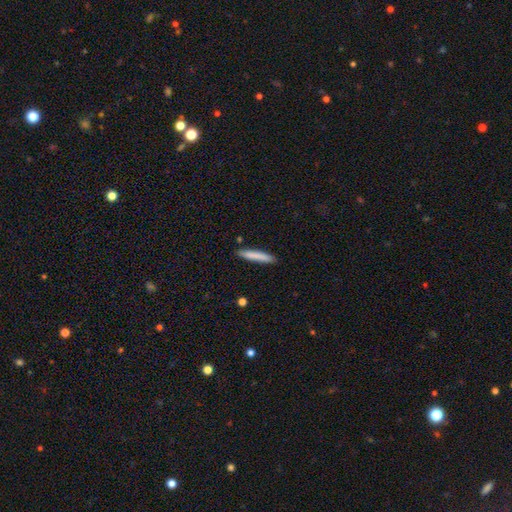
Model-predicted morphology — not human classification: A smooth galaxy with no disk features (80%) that is cigar-shaped (94%). Merging: none (88%).